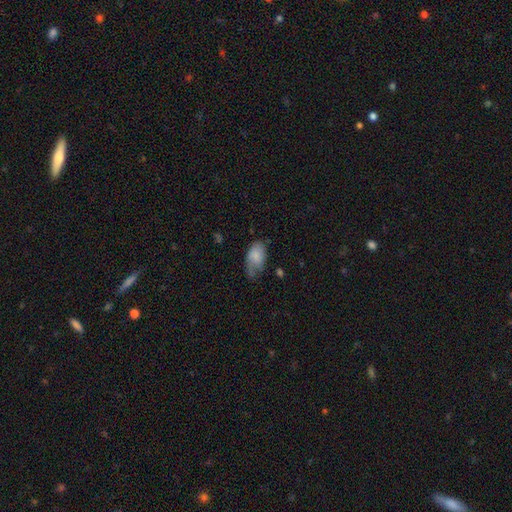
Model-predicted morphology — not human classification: Smooth or featured? Predicted: smooth (p=0.74). How rounded? Predicted: in between (p=0.93). Merging? Predicted: minor disturbance (p=0.40).